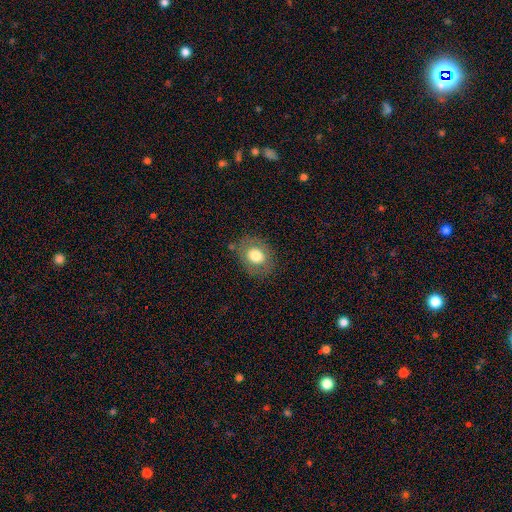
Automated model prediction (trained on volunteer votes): smooth-or-featured: smooth: 70% | featured or disk: 22% | star or artifact: 8%
  how-rounded: in between: 50% | round: 49% | cigar-shaped: 1%
  merging: none: 79% | minor disturbance: 13% | major disturbance: 5% | merger: 2%